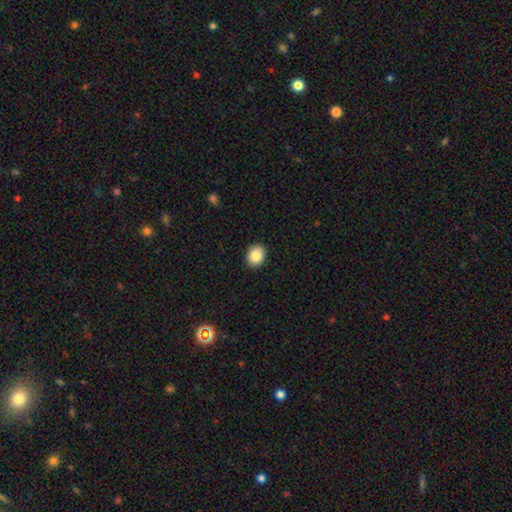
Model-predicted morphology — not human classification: smooth-or-featured: smooth: 87% | star or artifact: 8% | featured or disk: 5%
  how-rounded: round: 53% | in between: 46% | cigar-shaped: 1%
  merging: none: 91% | minor disturbance: 6% | major disturbance: 2% | merger: 1%